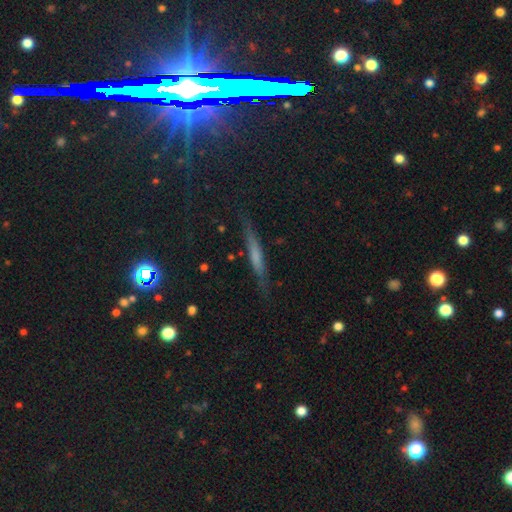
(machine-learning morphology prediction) smooth_or_featured: smooth (p=0.48) [alt: featured or disk p=0.38]
merging: none (p=0.77) [alt: minor disturbance p=0.17]